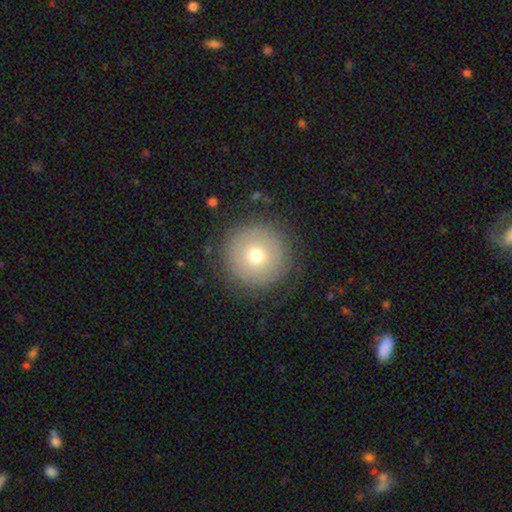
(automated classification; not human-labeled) A smooth galaxy with no disk features (69%) that is round (97%).

Vote fractions:
- Smooth or featured? smooth: 69% / featured or disk: 19% / star or artifact: 11%
- How rounded? round: 97% / in between: 2% / cigar-shaped: 1%
- Merging? none: 87% / minor disturbance: 8% / major disturbance: 4% / merger: 1%